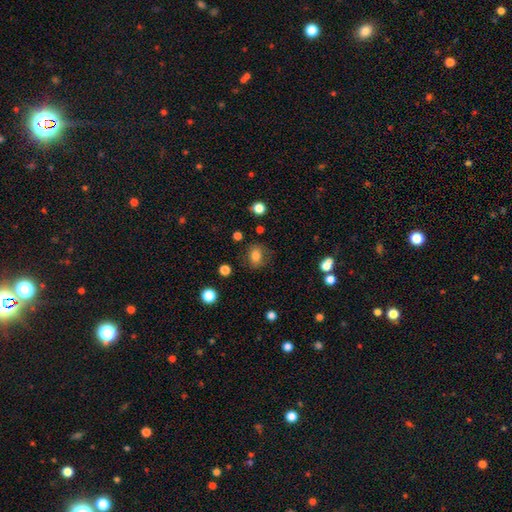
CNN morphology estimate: This is likely a smooth galaxy (79%). How rounded: possibly round (56%). Merging: likely none (75%).